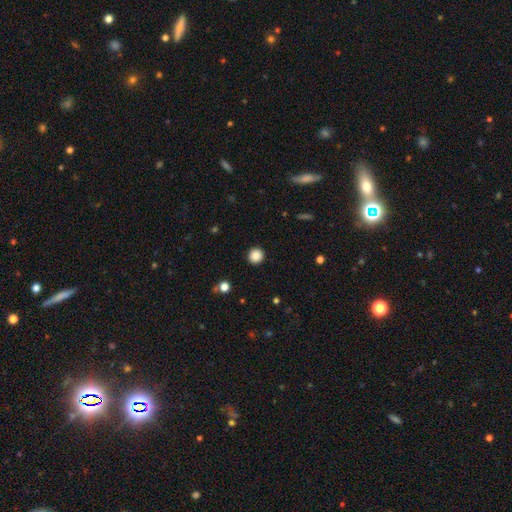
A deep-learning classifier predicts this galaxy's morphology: Smooth or featured?
  - smooth: 87% *
  - star or artifact: 10%
  - featured or disk: 3%
How rounded?
  - round: 93% *
  - in between: 6%
  - cigar-shaped: 1%
Merging?
  - none: 92% *
  - minor disturbance: 5%
  - major disturbance: 2%
  - merger: 1%